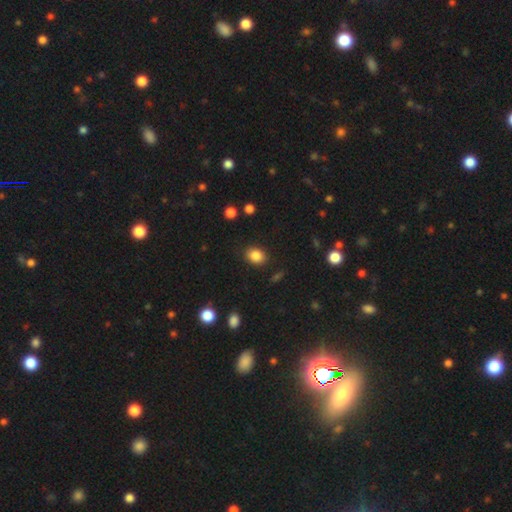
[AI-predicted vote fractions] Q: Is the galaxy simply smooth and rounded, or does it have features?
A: smooth — 85%.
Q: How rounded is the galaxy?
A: in between — 54%.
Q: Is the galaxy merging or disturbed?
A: none — 87%.